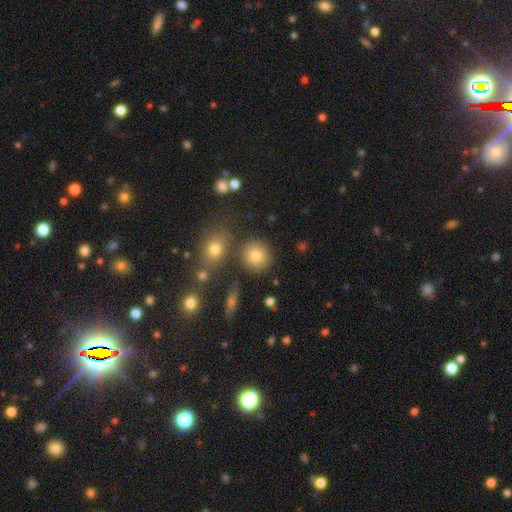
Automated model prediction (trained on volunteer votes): smooth-or-featured: smooth: 78% | star or artifact: 13% | featured or disk: 9%
  how-rounded: round: 87% | in between: 11% | cigar-shaped: 1%
  merging: none: 82% | minor disturbance: 8% | merger: 6% | major disturbance: 3%